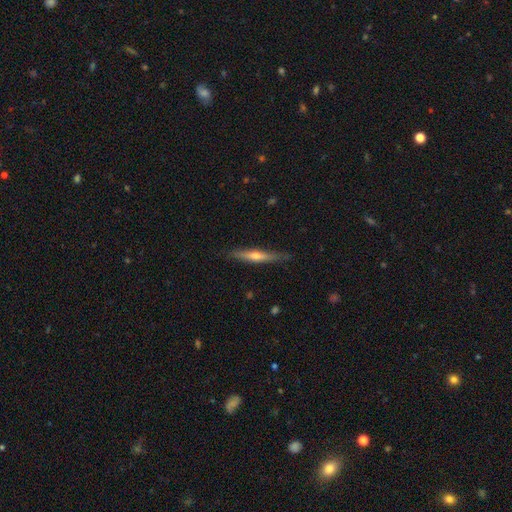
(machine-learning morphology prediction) Smooth or featured: featured or disk — 56% (smooth — 38%)
Edge-on disk: yes — 94% (no — 6%)
Edge-on bulge: rounded — 81% (none — 14%)
Merging: none — 84% (minor disturbance — 13%)